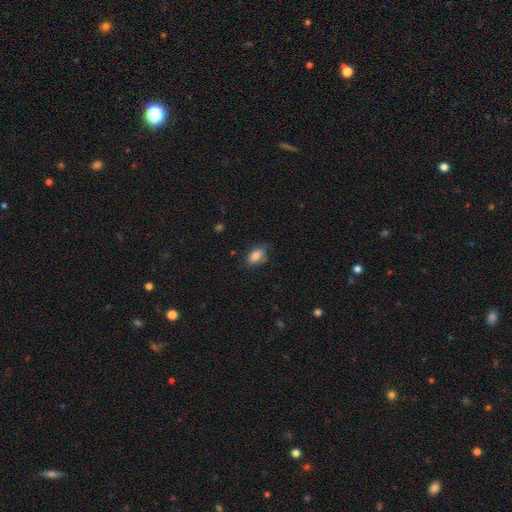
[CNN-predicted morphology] Q: Smooth or featured?
A: smooth (81%); runner-up: featured or disk (11%)
Q: How rounded?
A: in between (90%); runner-up: round (5%)
Q: Merging?
A: none (65%); runner-up: minor disturbance (26%)